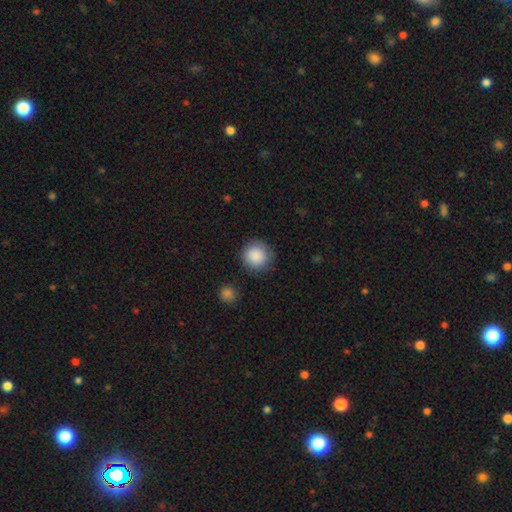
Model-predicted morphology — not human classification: Q: Smooth or featured?
A: smooth (89%); runner-up: star or artifact (8%)
Q: How rounded?
A: round (93%); runner-up: in between (6%)
Q: Merging?
A: none (86%); runner-up: minor disturbance (9%)